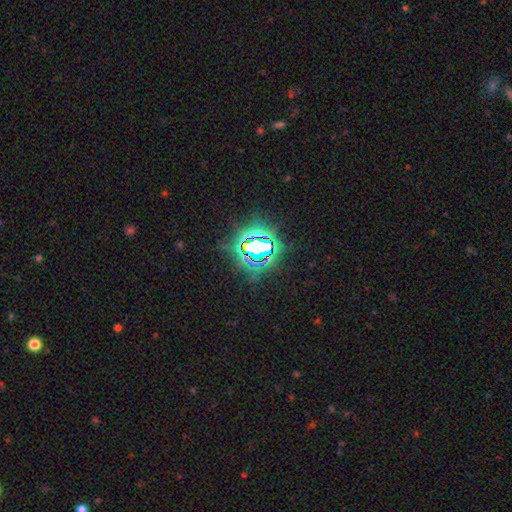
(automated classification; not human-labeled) Smooth or featured?
  - star or artifact: 82% *
  - smooth: 11%
  - featured or disk: 7%